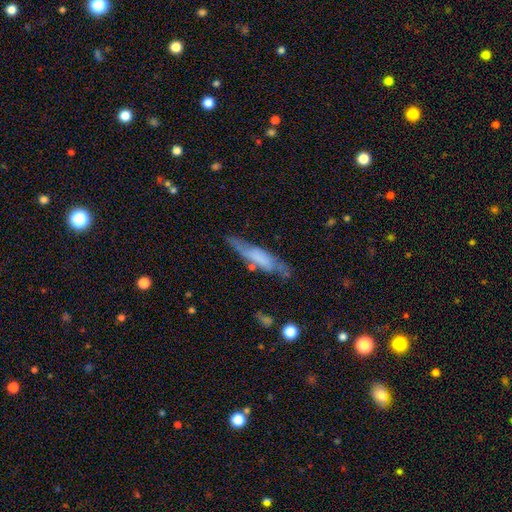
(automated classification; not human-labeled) smooth_or_featured: featured or disk (p=0.51) [alt: smooth p=0.41]
disk_edge_on: yes (p=0.59) [alt: no p=0.41]
merging: none (p=0.68) [alt: minor disturbance p=0.22]